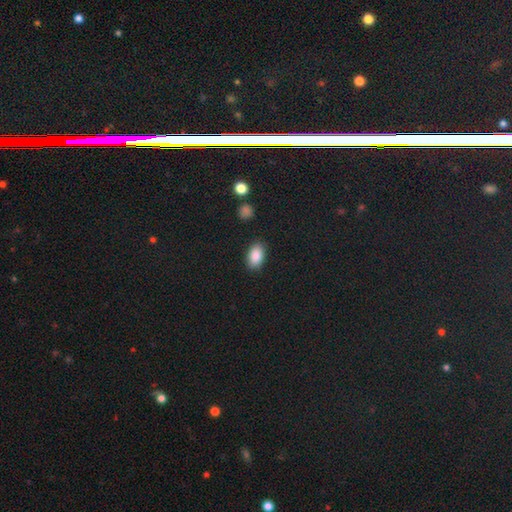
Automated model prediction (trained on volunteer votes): Smooth or featured: smooth — 87% (star or artifact — 8%)
How rounded: in between — 91% (round — 8%)
Merging: none — 87% (minor disturbance — 9%)